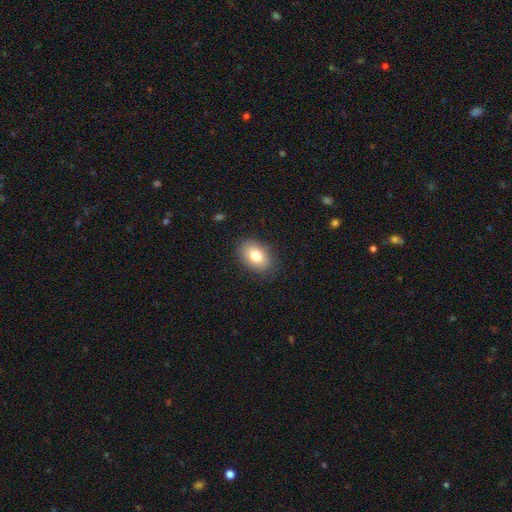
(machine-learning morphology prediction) A smooth galaxy with no disk features (80%) that is in between round and cigar-shaped (82%). Merging: none (85%).